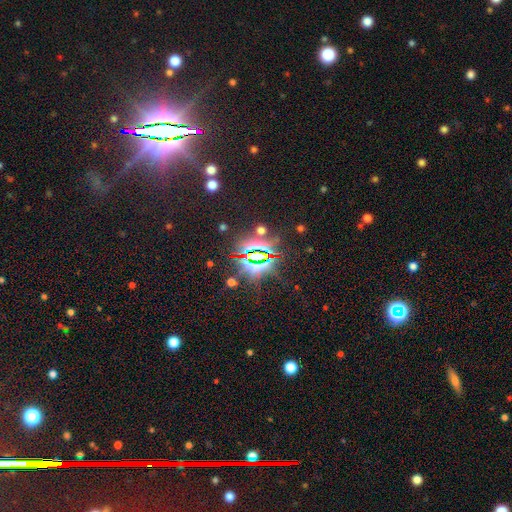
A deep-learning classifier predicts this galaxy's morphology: This is likely a star or artifact rather than a galaxy (80%).